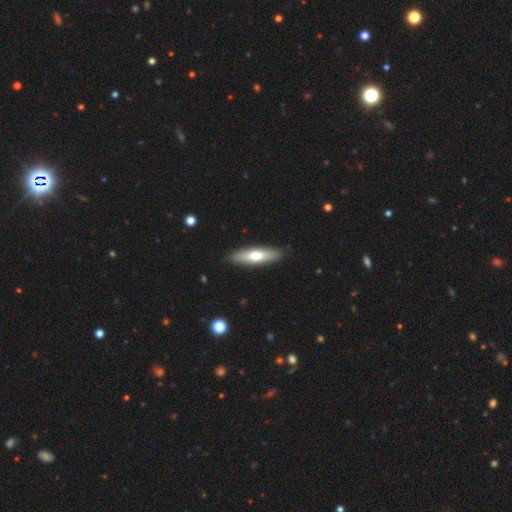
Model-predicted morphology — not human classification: Smooth or featured?
  - smooth: 62% *
  - featured or disk: 33%
  - star or artifact: 5%
How rounded?
  - cigar-shaped: 64% *
  - in between: 34%
  - round: 2%
Merging?
  - none: 90% *
  - minor disturbance: 7%
  - major disturbance: 2%
  - merger: 1%